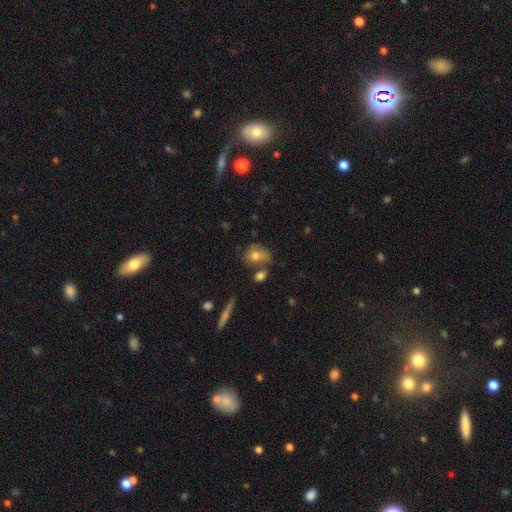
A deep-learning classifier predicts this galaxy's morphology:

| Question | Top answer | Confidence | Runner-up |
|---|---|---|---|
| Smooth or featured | smooth | 70% | featured or disk (20%) |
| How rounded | round | 50% | in between (48%) |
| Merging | none | 45% | merger (25%) |